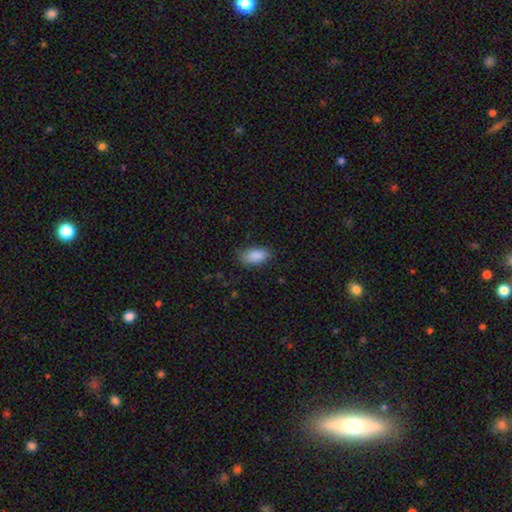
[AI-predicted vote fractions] Q: Smooth or featured?
A: smooth (89%); runner-up: star or artifact (7%)
Q: How rounded?
A: in between (92%); runner-up: cigar-shaped (5%)
Q: Merging?
A: none (79%); runner-up: minor disturbance (16%)